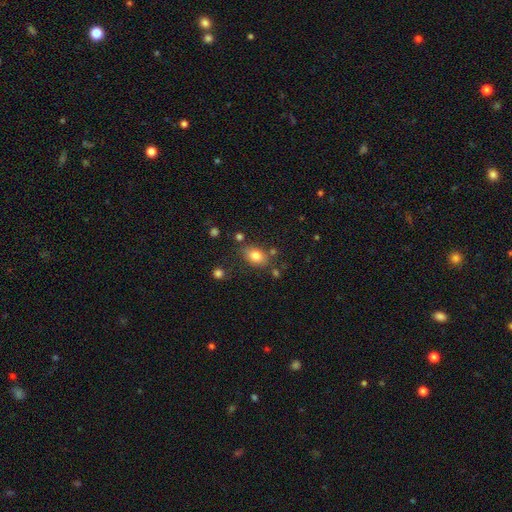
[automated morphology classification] Smooth or featured: smooth — 80% (featured or disk — 10%)
How rounded: in between — 78% (round — 20%)
Merging: none — 73% (minor disturbance — 16%)